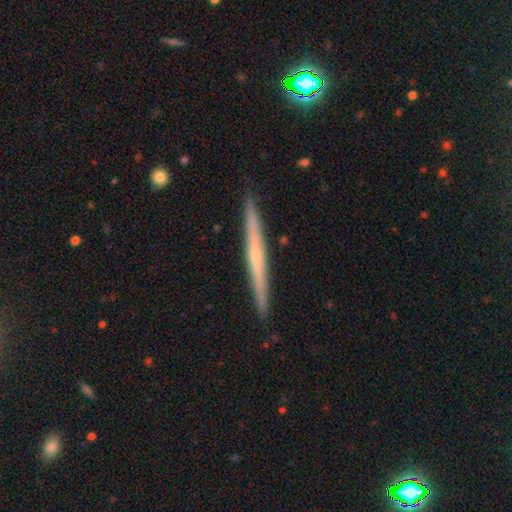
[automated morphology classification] Overall: featured or disk (61%; smooth 34%). Edge-on disk: yes (98%). Edge-on bulge: none (66%; rounded 29%). Merging: none (91%).